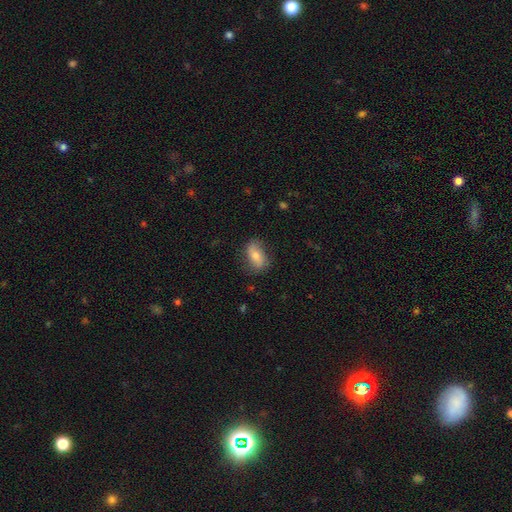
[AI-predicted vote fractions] A smooth galaxy with no disk features (64%) that is in between round and cigar-shaped (86%).

Vote fractions:
- Smooth or featured? smooth: 64% / featured or disk: 28% / star or artifact: 8%
- How rounded? in between: 86% / round: 9% / cigar-shaped: 5%
- Merging? none: 75% / minor disturbance: 19% / major disturbance: 5% / merger: 1%